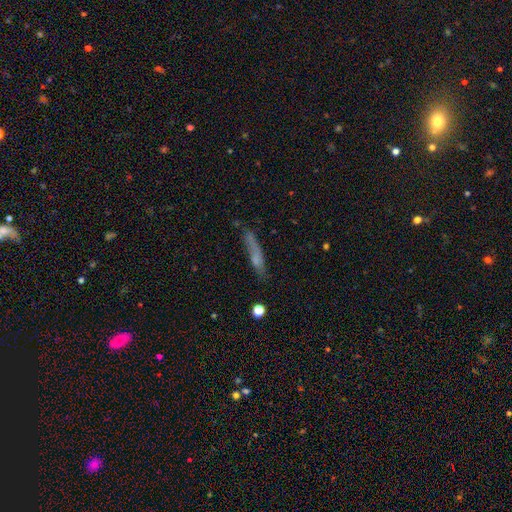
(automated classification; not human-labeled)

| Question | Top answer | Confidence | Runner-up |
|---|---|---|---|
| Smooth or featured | smooth | 55% | featured or disk (33%) |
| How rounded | cigar-shaped | 87% | in between (10%) |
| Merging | none | 60% | minor disturbance (24%) |